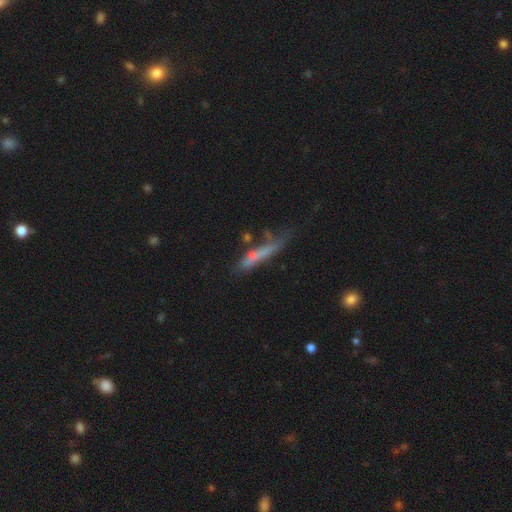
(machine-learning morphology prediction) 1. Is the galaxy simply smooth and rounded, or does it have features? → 47% smooth, 40% featured or disk, 13% star or artifact.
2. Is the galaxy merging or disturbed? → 44% none, 26% minor disturbance, 20% major disturbance, 10% merger.